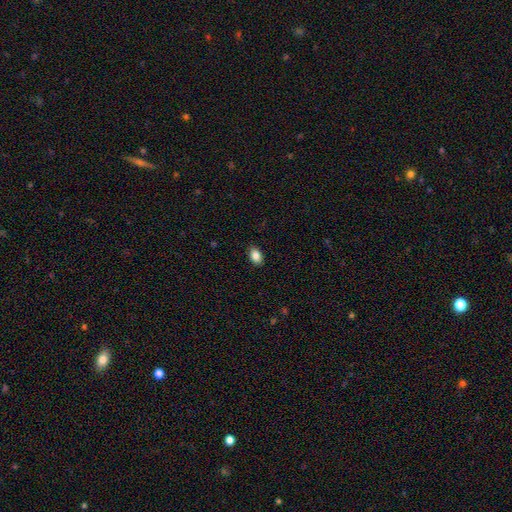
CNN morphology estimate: smooth 86%, star or artifact 8%, featured or disk 5%. Down the decision tree: how rounded — in between (88%); merging — none (88%).